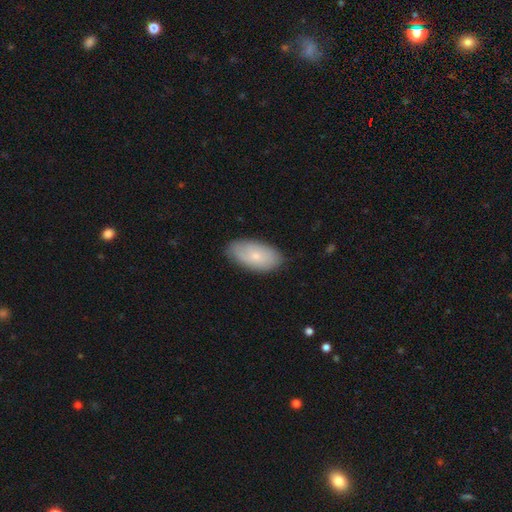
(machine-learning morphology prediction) type=smooth (66%); roundness=in between (94%); merging=none (81%).